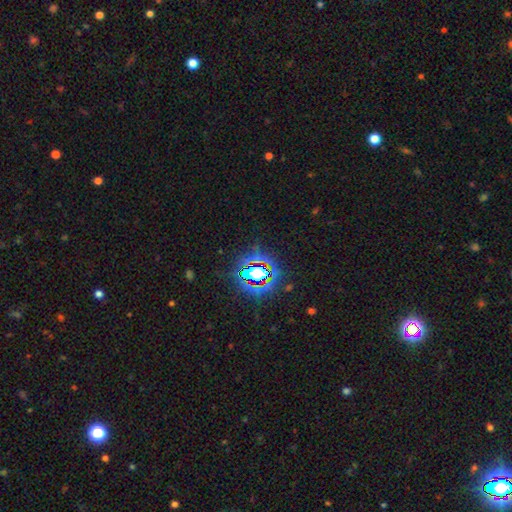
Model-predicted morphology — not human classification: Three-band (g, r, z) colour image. It shows a star or artifact, not a galaxy (81%).